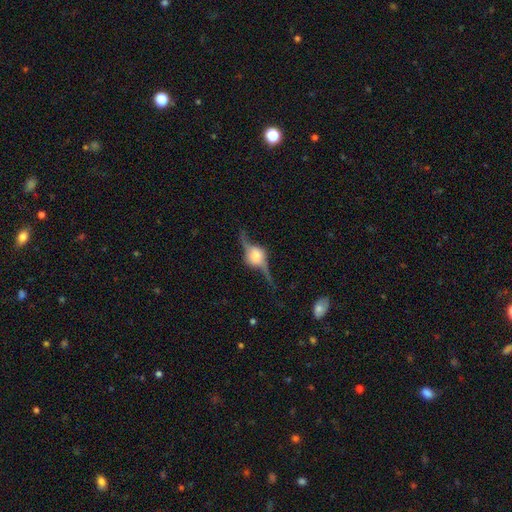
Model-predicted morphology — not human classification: featured or disk 85%, smooth 9%, star or artifact 6%. Down the decision tree: edge-on disk — yes (83%); edge-on bulge — rounded (90%); merging — none (71%).